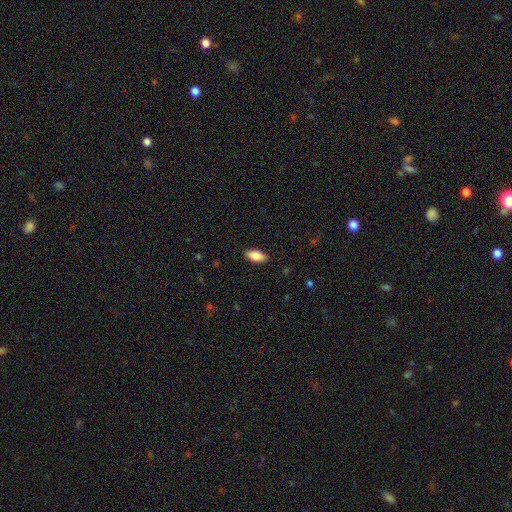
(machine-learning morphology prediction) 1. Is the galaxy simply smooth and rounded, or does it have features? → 82% smooth, 12% featured or disk, 7% star or artifact.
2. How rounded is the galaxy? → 88% in between, 9% cigar-shaped, 3% round.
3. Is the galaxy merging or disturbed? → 88% none, 9% minor disturbance, 2% major disturbance, 1% merger.